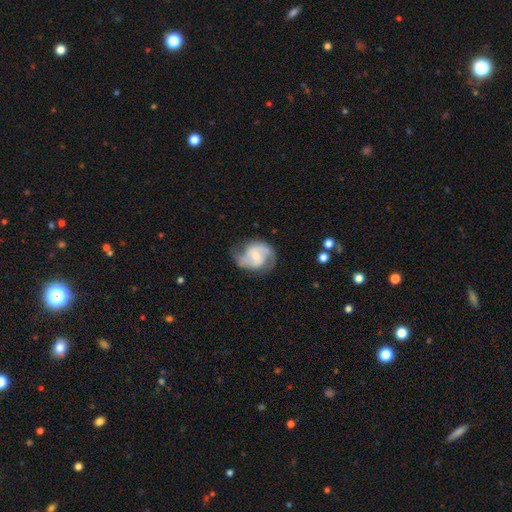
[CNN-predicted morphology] smooth-or-featured: featured or disk: 81% | smooth: 14% | star or artifact: 5%
  disk-edge-on: no: 98% | yes: 2%
    bar: no: 44% (tied) | weak: 44% (tied) | strong: 12%
    has-spiral-arms: yes: 94% | no: 6%
      spiral-winding: medium: 51% | loose: 25% | tight: 25%
      spiral-arm-count: 2: 86% | can't tell: 6% | 3: 3% | 1: 3% | 4: 1% | more than 4: 1%
    bulge-size: small: 50% | moderate: 44% | none: 3% | large: 2% | dominant: 1%
  merging: none: 65% | minor disturbance: 23% | major disturbance: 11% | merger: 2%